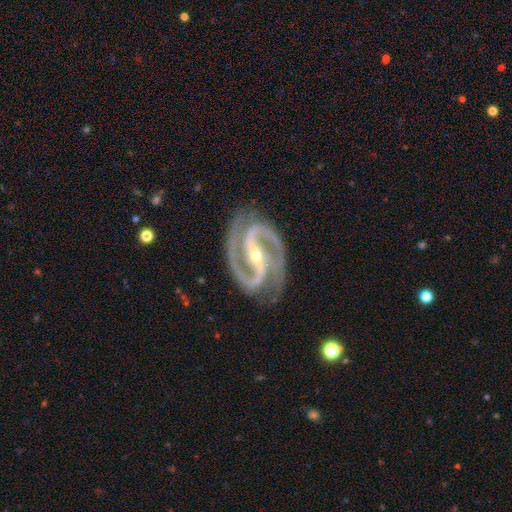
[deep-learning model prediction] A featured or disk galaxy (95%) with a strong bar (69%), 2 (94%) medium (60%) spiral arms (99%) and a small central bulge (67%).

Vote fractions:
- Smooth or featured? featured or disk: 95% / star or artifact: 4% / smooth: 2%
- Edge-on disk? no: 98% / yes: 2%
- Bar? strong: 69% / weak: 18% / no: 13%
- Spiral arms? yes: 99% / no: 1%
- Spiral winding? medium: 60% / tight: 31% / loose: 9%
- Spiral arm count? 2: 94% / 3: 2% / can't tell: 1% / 1: 1% / 4: 1% / more than 4: 1%
- Bulge size? small: 67% / moderate: 31% / large: 1% / none: 1% / dominant: 1%
- Merging? none: 83% / minor disturbance: 12% / major disturbance: 4% / merger: 1%